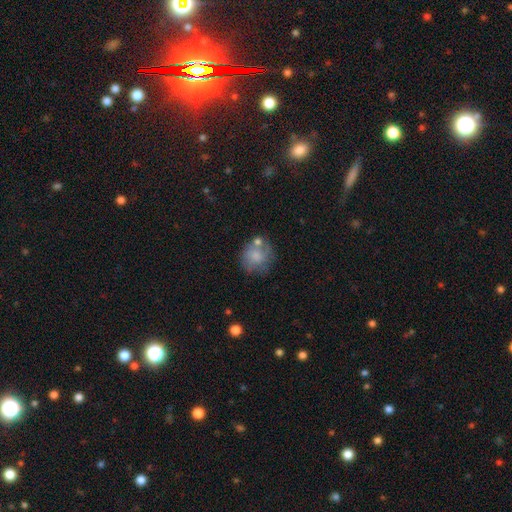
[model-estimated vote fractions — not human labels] smooth_or_featured: smooth (p=0.58) [alt: featured or disk p=0.33]
how_rounded: round (p=0.77) [alt: in between p=0.22]
merging: none (p=0.54) [alt: minor disturbance p=0.22]